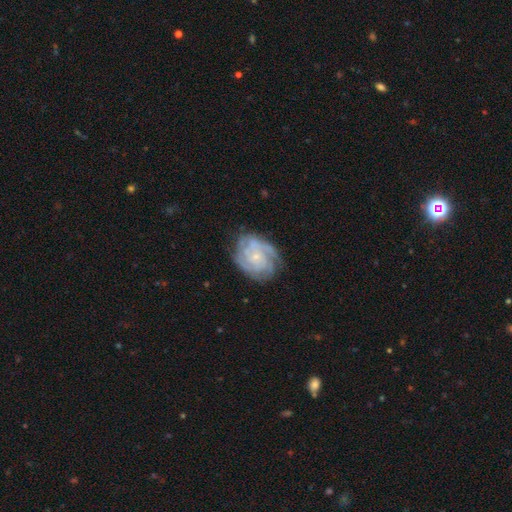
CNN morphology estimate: Q: Smooth or featured?
A: featured or disk (85%); runner-up: smooth (9%)
Q: Edge-on disk?
A: no (98%); runner-up: yes (2%)
Q: Bar?
A: no (74%); runner-up: weak (22%)
Q: Spiral arms?
A: yes (96%); runner-up: no (4%)
Q: Spiral winding?
A: tight (68%); runner-up: medium (27%)
Q: Spiral arm count?
A: 3 (27%); runner-up: can't tell (24%)
Q: Bulge size?
A: small (78%); runner-up: moderate (14%)
Q: Merging?
A: none (72%); runner-up: minor disturbance (19%)